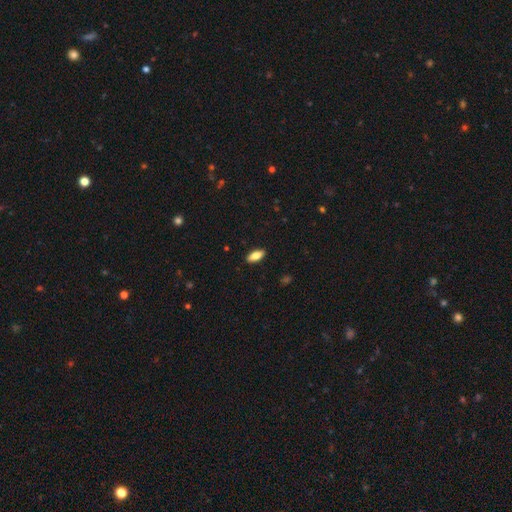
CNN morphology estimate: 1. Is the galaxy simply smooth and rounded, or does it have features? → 81% smooth, 13% featured or disk, 7% star or artifact.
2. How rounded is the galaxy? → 83% in between, 15% cigar-shaped, 2% round.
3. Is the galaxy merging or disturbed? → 90% none, 7% minor disturbance, 2% major disturbance, 1% merger.